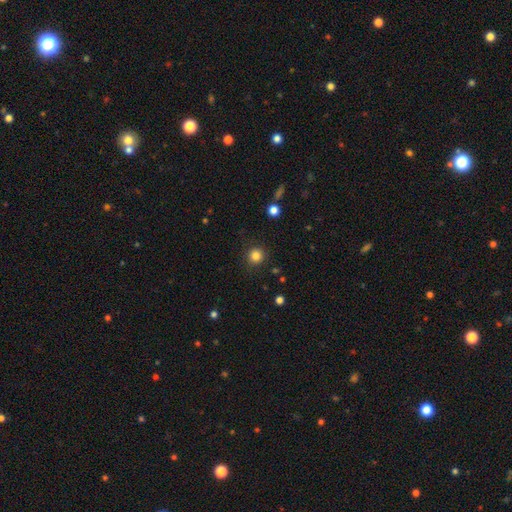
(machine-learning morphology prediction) This is clearly a smooth galaxy (83%). How rounded: clearly round (93%). Merging: clearly none (89%).